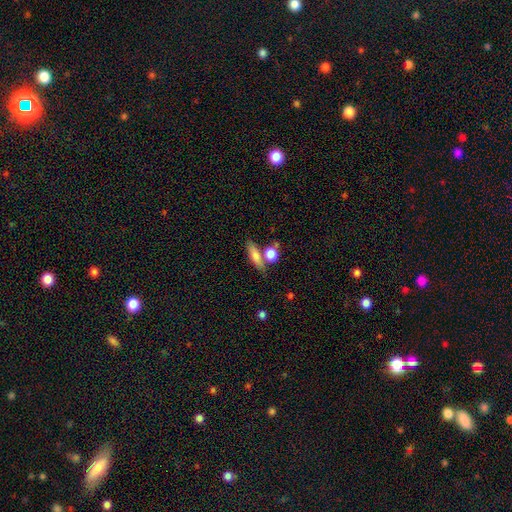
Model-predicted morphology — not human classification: Overall: smooth (73%). How rounded: cigar-shaped (45%; in between 41%). Merging: none (61%; merger 22%).